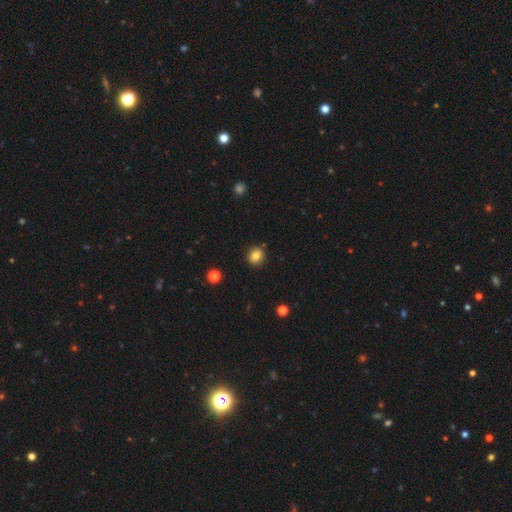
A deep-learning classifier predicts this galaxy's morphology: Smooth or featured?
  - smooth: 82% *
  - star or artifact: 11%
  - featured or disk: 7%
How rounded?
  - round: 81% *
  - in between: 18%
  - cigar-shaped: 1%
Merging?
  - none: 89% *
  - minor disturbance: 7%
  - merger: 2%
  - major disturbance: 2%